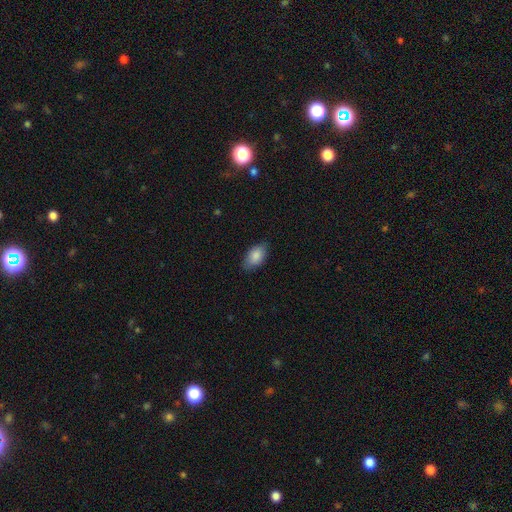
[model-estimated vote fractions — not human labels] Smooth or featured: smooth — 86% (featured or disk — 7%)
How rounded: in between — 93% (round — 4%)
Merging: none — 82% (minor disturbance — 15%)